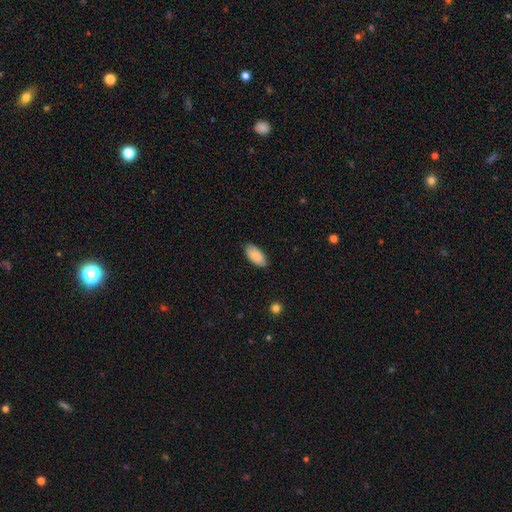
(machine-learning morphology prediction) Smooth or featured: smooth — 87% (featured or disk — 7%)
How rounded: in between — 93% (cigar-shaped — 6%)
Merging: none — 85% (minor disturbance — 12%)